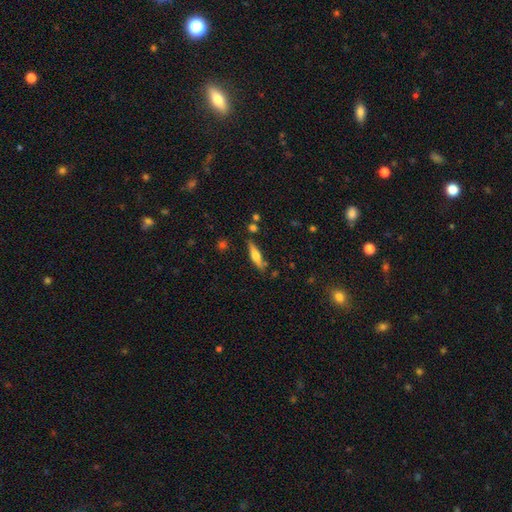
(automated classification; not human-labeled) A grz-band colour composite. It shows a featured or disk galaxy (50%). Merging: none (80%).